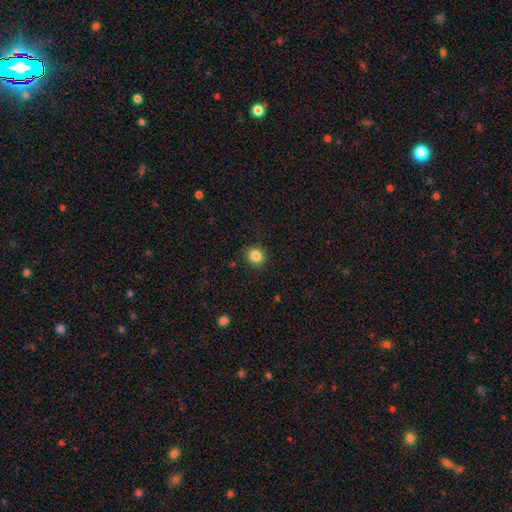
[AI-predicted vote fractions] A smooth galaxy with no disk features (85%) that is round (80%). Merging: none (88%).